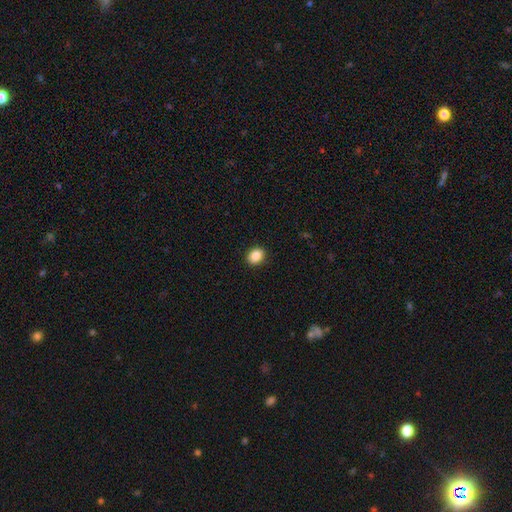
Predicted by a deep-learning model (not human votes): Smooth or featured? smooth (87%)
How rounded? round (50%)
Merging? none (91%)